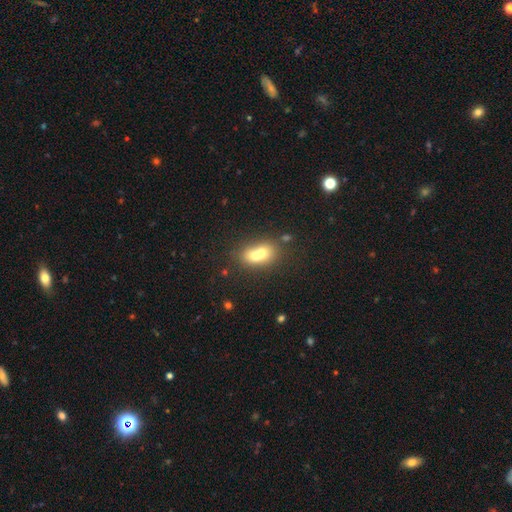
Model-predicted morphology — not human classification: A smooth galaxy with no disk features (64%) that is in between round and cigar-shaped (63%). Merging: merger (65%).